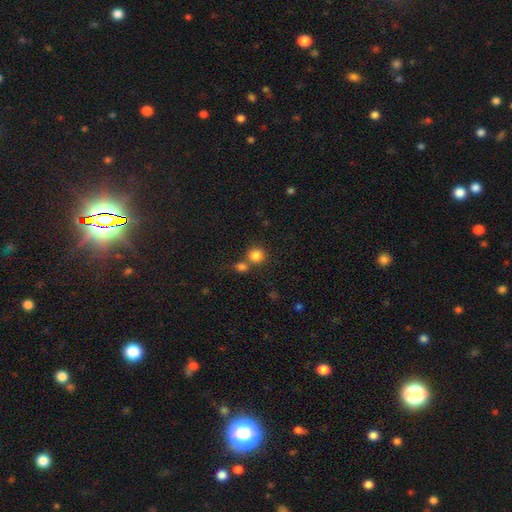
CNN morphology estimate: smooth_or_featured: smooth (p=0.84) [alt: star or artifact p=0.11]
how_rounded: round (p=0.88) [alt: in between p=0.11]
merging: none (p=0.62) [alt: merger p=0.27]